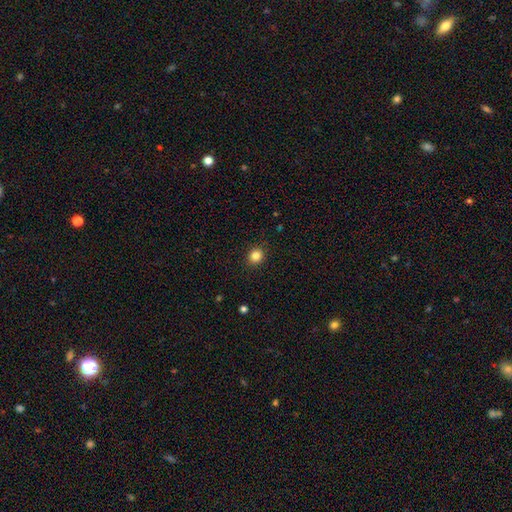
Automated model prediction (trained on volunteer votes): Smooth or featured? smooth (84%)
How rounded? round (81%)
Merging? none (91%)